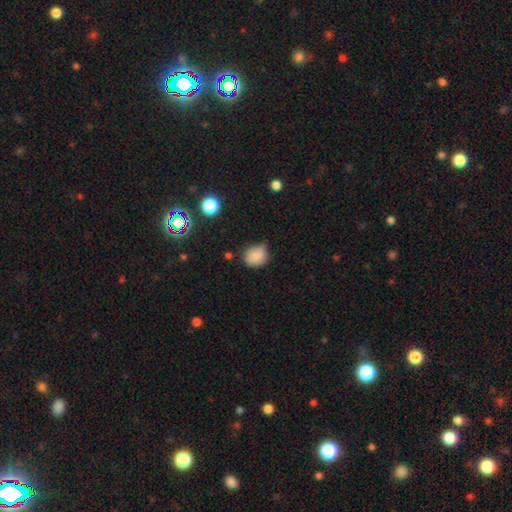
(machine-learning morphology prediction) The model was most divided on "merging": none: 58%, minor disturbance: 34%, major disturbance: 5%, merger: 3%. More confident: smooth or featured — smooth (81%); how rounded — round (72%).